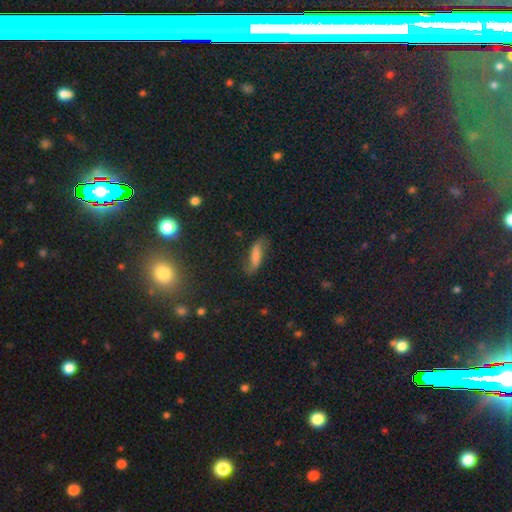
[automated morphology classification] This appears to be a smooth galaxy with no disk features (61%) that is in between round and cigar-shaped (52%). Merging: none (63%).